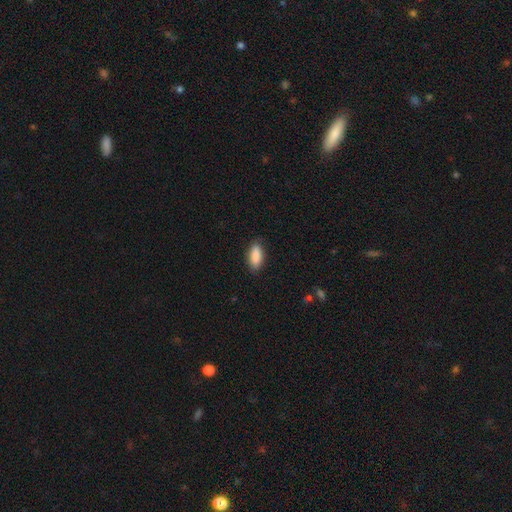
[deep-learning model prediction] Smooth or featured? Predicted: smooth (p=0.89). How rounded? Predicted: in between (p=0.84). Merging? Predicted: none (p=0.85).